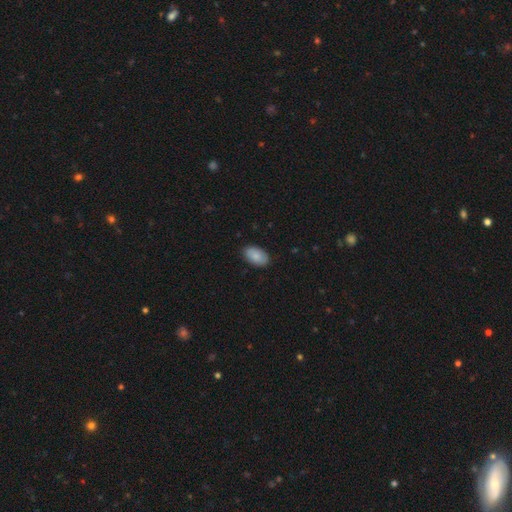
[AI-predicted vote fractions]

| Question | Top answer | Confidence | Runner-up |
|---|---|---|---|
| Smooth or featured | smooth | 86% | featured or disk (8%) |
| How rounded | in between | 94% | round (4%) |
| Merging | none | 88% | minor disturbance (9%) |